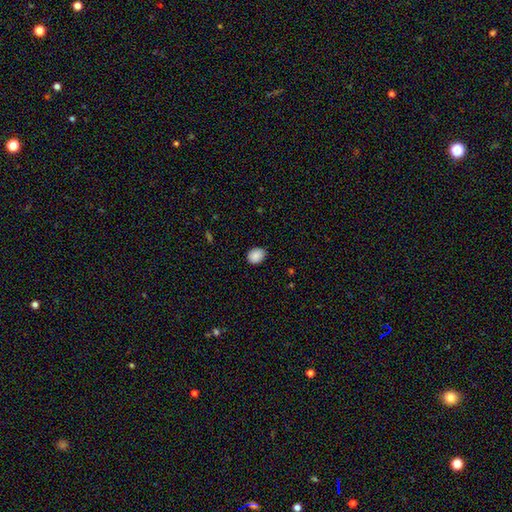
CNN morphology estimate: smooth_or_featured: smooth (p=0.88) [alt: star or artifact p=0.08]
how_rounded: in between (p=0.50) [tied with: round p=0.50]
merging: none (p=0.84) [alt: minor disturbance p=0.13]